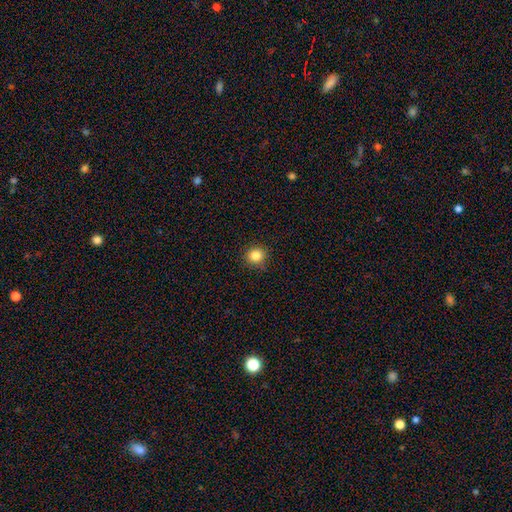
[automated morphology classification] smooth 84%, star or artifact 11%, featured or disk 5%. Down the decision tree: how rounded — round (90%); merging — none (90%).